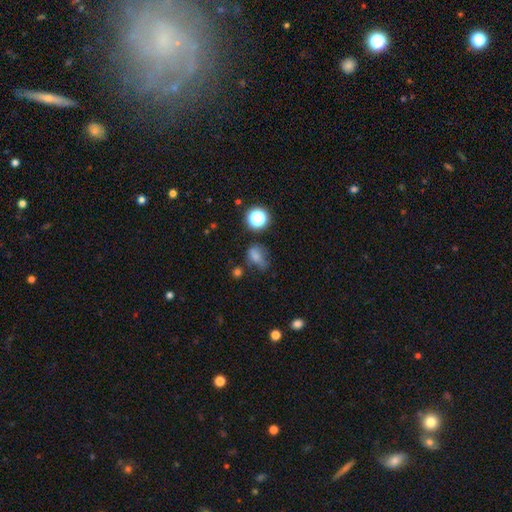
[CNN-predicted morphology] Overall: smooth (69%). How rounded: in between (64%; round 33%). Merging: none (41%; minor disturbance 33%).